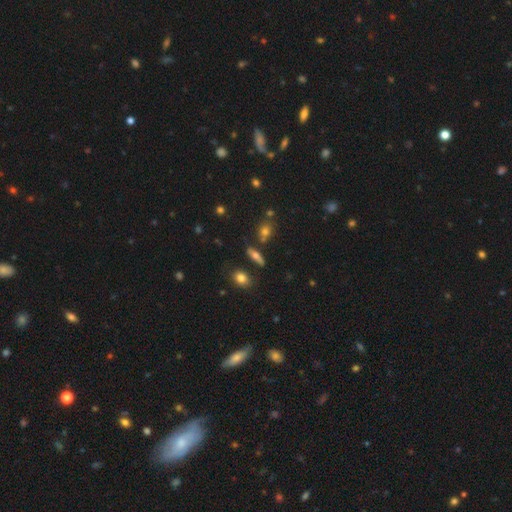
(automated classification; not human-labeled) The model was most divided on "how rounded": in between: 51%, cigar-shaped: 38%, round: 11%. More confident: merging — none (74%); smooth or featured — smooth (57%).